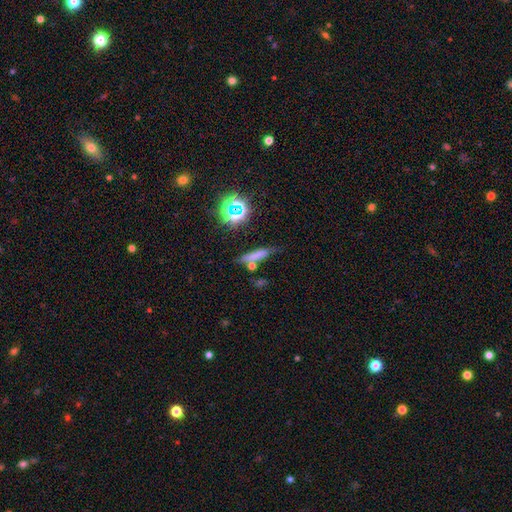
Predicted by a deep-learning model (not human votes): Morphology: type=smooth (65%); roundness=cigar-shaped (80%); merging=none (65%).